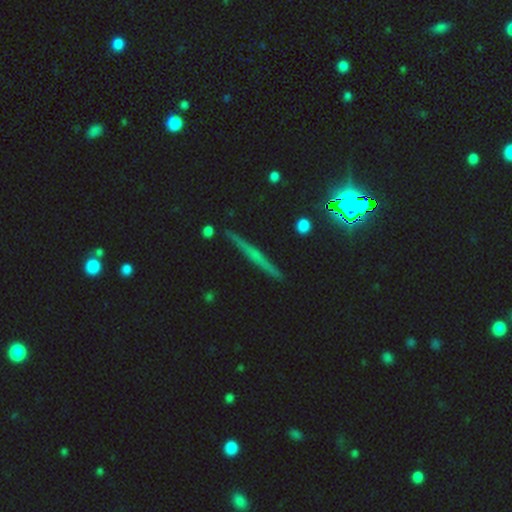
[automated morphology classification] smooth-or-featured: featured or disk: 53% | smooth: 28% | star or artifact: 19%
  disk-edge-on: yes: 96% | no: 4%
    edge-on-bulge: none: 62% | rounded: 29% | boxy: 10%
  merging: none: 89% | minor disturbance: 7% | merger: 2% | major disturbance: 2%